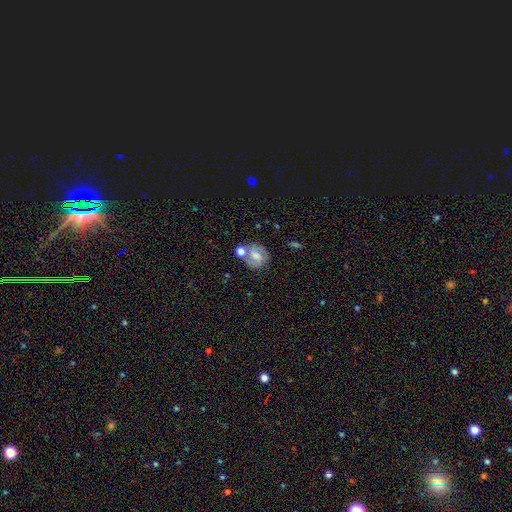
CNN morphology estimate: This appears to be a featured or disk galaxy (54%) with a weak bar (45%), spiral arms (80%) and a moderate central bulge (41%). Merging: none (53%).